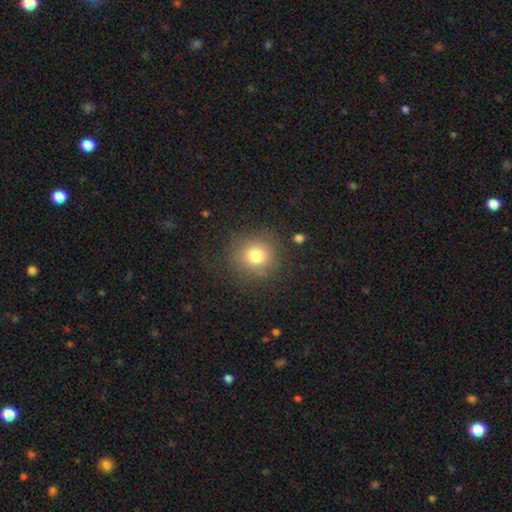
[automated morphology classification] This is likely a smooth galaxy (77%). How rounded: clearly round (89%). Merging: clearly none (81%).